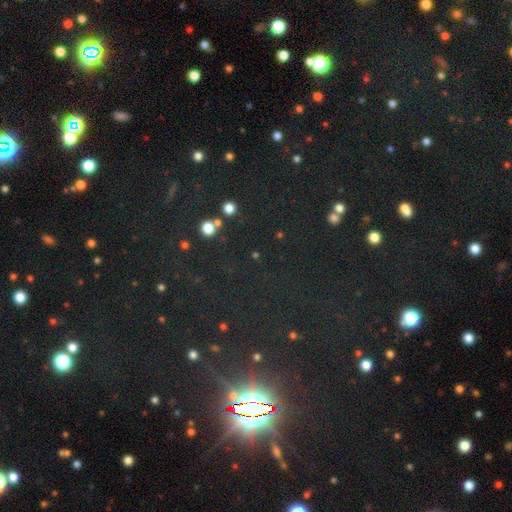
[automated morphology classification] A star or artifact, not a galaxy (60%).